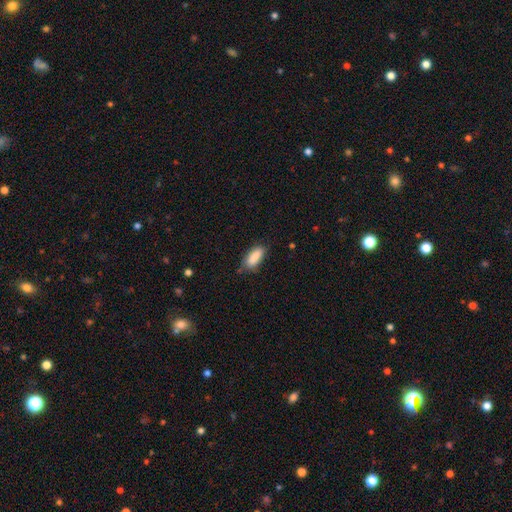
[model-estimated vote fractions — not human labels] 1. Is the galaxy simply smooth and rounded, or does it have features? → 88% smooth, 7% star or artifact, 5% featured or disk.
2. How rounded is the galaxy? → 80% in between, 18% cigar-shaped, 2% round.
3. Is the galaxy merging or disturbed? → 71% none, 23% minor disturbance, 4% major disturbance, 2% merger.